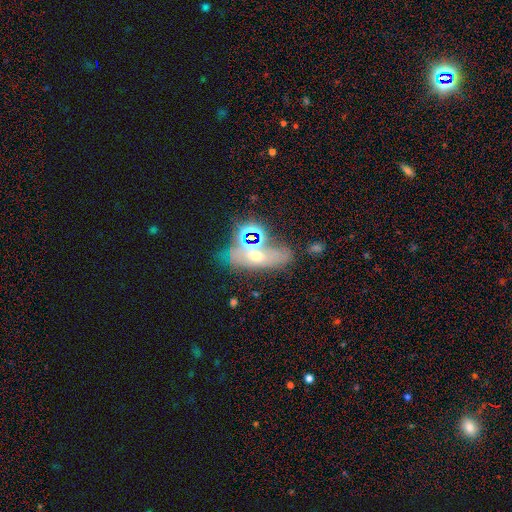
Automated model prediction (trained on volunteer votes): smooth-or-featured: star or artifact: 36% | smooth: 35% | featured or disk: 29%